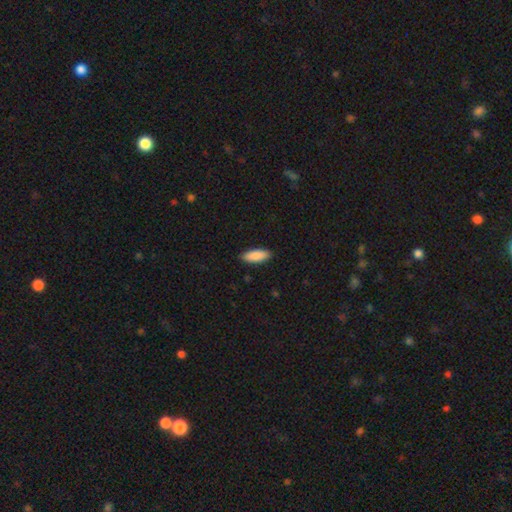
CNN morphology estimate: A smooth galaxy with no disk features (89%) that is in between round and cigar-shaped (75%). Merging: none (90%).